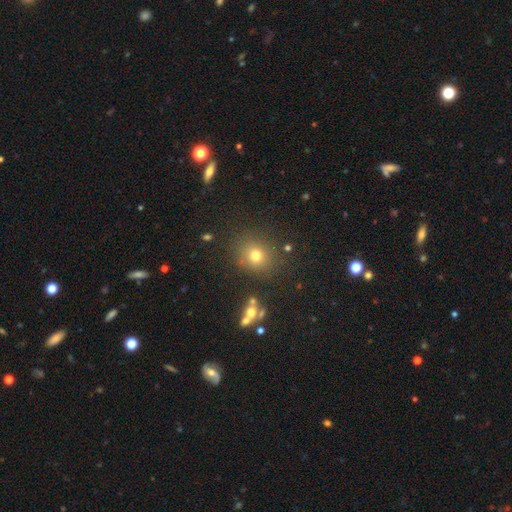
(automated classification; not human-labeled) The model was most divided on "smooth or featured": smooth: 73%, star or artifact: 19%, featured or disk: 9%. More confident: merging — none (82%); how rounded — round (81%).